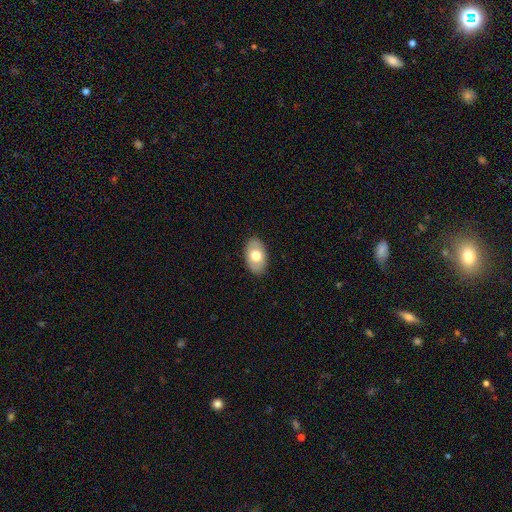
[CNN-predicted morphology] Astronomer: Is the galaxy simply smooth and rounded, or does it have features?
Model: smooth — 66%.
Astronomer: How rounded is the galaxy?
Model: in between — 90%.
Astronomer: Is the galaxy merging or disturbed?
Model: none — 87%.